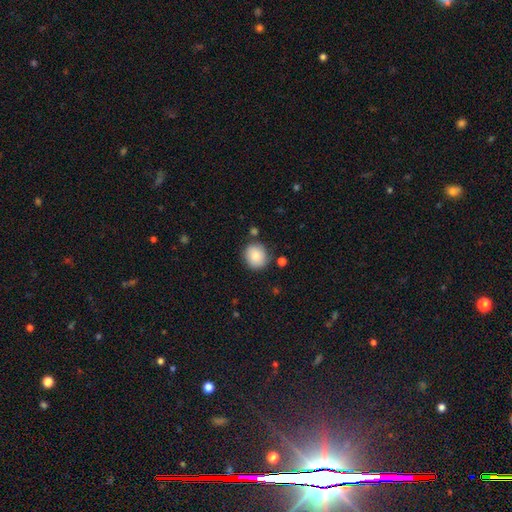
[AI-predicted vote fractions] Morphology: type=smooth (85%); roundness=round (80%); merging=none (82%).